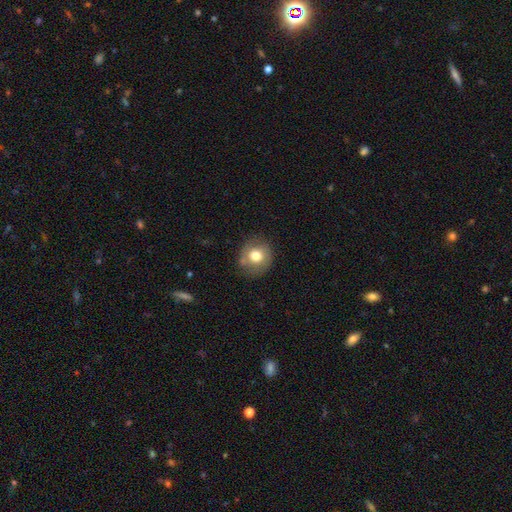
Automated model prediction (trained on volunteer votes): This appears to be a smooth galaxy with no disk features (72%) that is round (81%). Merging: none (75%).